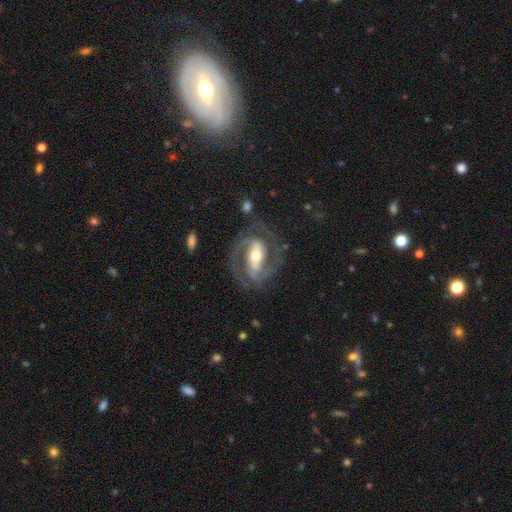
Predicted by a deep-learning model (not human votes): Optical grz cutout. It shows a featured or disk galaxy (88%) with a strong bar (62%), 2 (89%) medium (52%) spiral arms (94%) and a moderate central bulge (61%). Merging: none (74%).